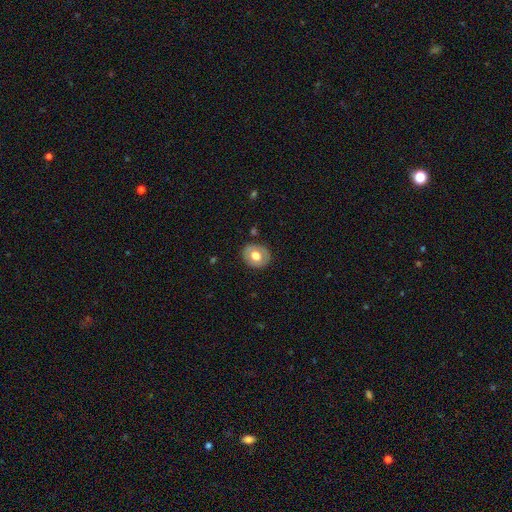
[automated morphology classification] Smooth or featured? smooth (59%)
How rounded? round (61%)
Merging? none (84%)